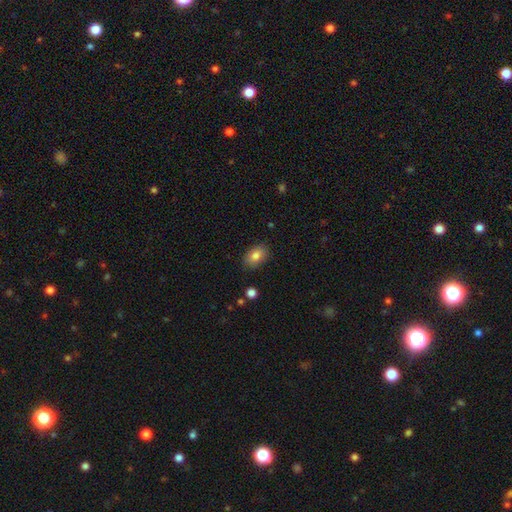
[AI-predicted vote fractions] This is clearly a smooth galaxy (83%). How rounded: clearly in between (87%). Merging: clearly none (86%).